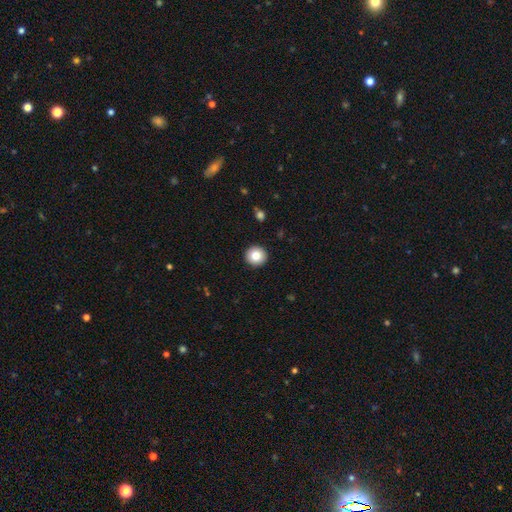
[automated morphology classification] Smooth or featured?
  - smooth: 84% *
  - star or artifact: 9%
  - featured or disk: 7%
How rounded?
  - round: 95% *
  - in between: 4%
  - cigar-shaped: 1%
Merging?
  - none: 93% *
  - minor disturbance: 4%
  - major disturbance: 1%
  - merger: 1%